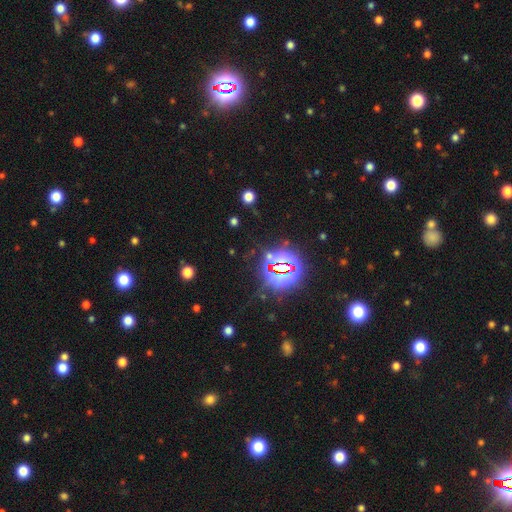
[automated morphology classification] Q: Smooth or featured?
A: star or artifact (80%); runner-up: smooth (13%)